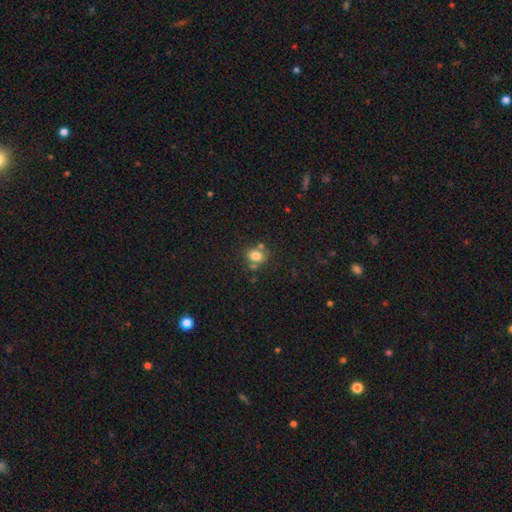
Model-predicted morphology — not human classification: type=smooth (78%); roundness=round (63%); merging=none (64%).